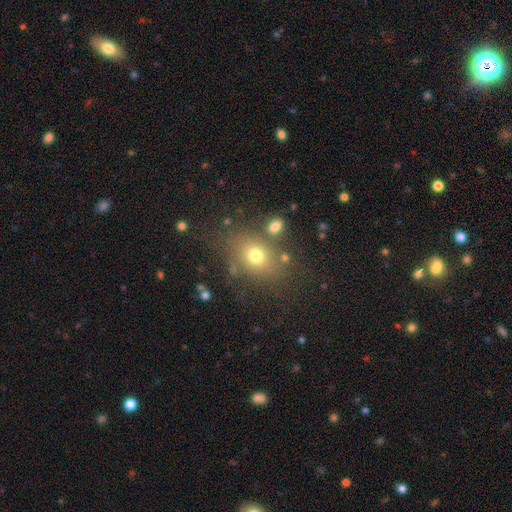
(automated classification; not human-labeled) This appears to be a smooth galaxy with no disk features (71%) that is in between round and cigar-shaped (52%). Merging: none (70%).